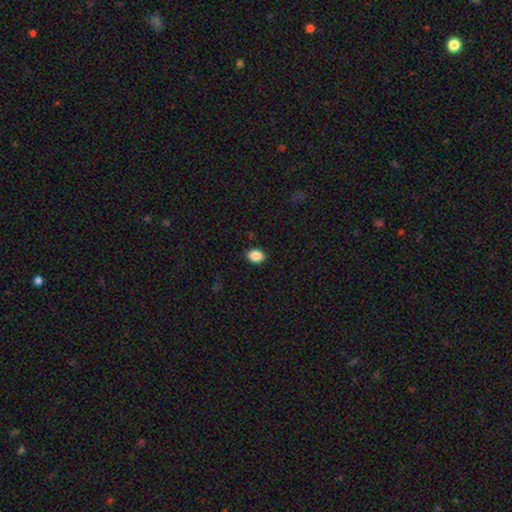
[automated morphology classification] smooth_or_featured: smooth (p=0.88) [alt: star or artifact p=0.09]
how_rounded: in between (p=0.63) [alt: round p=0.36]
merging: none (p=0.89) [alt: minor disturbance p=0.08]